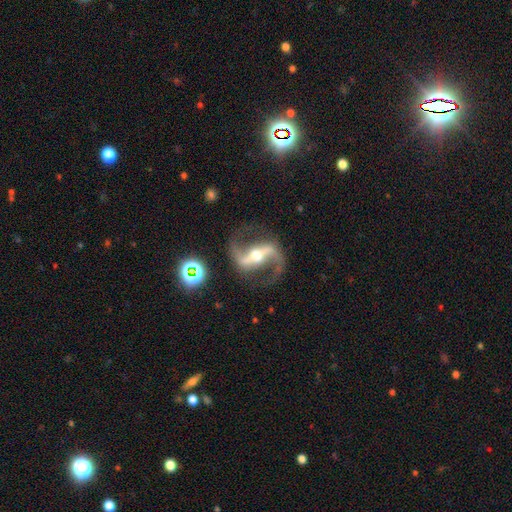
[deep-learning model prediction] Q: Smooth or featured?
A: featured or disk (91%); runner-up: star or artifact (6%)
Q: Edge-on disk?
A: no (96%); runner-up: yes (4%)
Q: Bar?
A: strong (63%); runner-up: weak (24%)
Q: Spiral arms?
A: yes (98%); runner-up: no (2%)
Q: Spiral winding?
A: loose (47%); runner-up: medium (45%)
Q: Spiral arm count?
A: 2 (94%); runner-up: 1 (2%)
Q: Bulge size?
A: moderate (64%); runner-up: small (25%)
Q: Merging?
A: none (82%); runner-up: minor disturbance (10%)